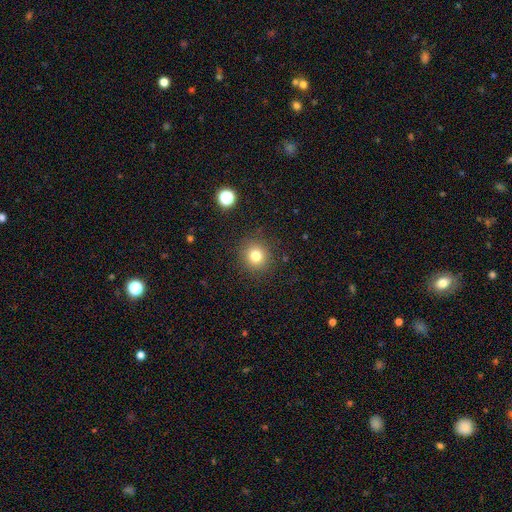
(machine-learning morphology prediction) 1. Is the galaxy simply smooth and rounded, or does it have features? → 79% smooth, 14% star or artifact, 7% featured or disk.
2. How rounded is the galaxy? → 92% round, 8% in between, 1% cigar-shaped.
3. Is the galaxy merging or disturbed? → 90% none, 6% minor disturbance, 3% major disturbance, 1% merger.